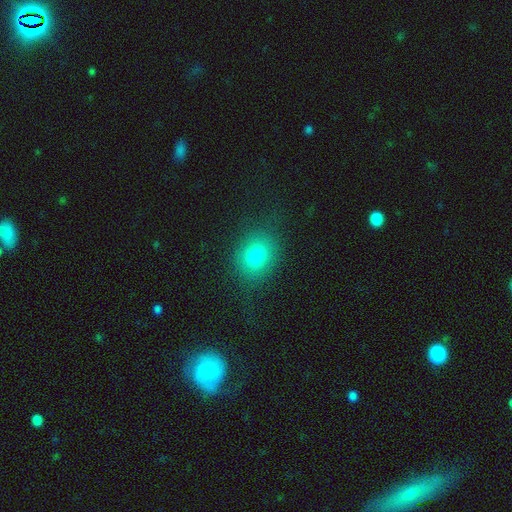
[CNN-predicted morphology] Overall: smooth (77%). How rounded: round (61%; in between 37%). Merging: none (77%).